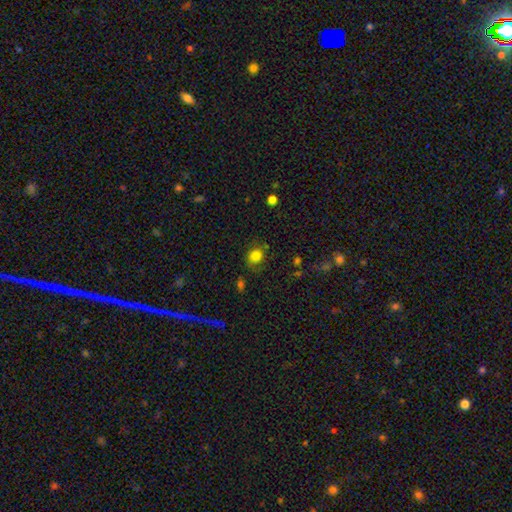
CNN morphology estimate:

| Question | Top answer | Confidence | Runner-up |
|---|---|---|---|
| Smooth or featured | smooth | 81% | star or artifact (11%) |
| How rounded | round | 66% | in between (33%) |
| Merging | none | 67% | minor disturbance (21%) |